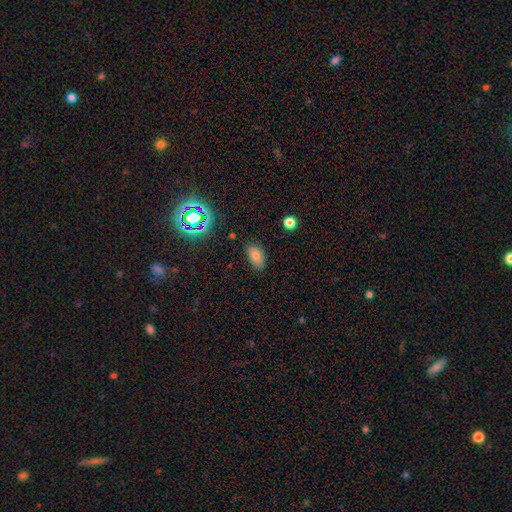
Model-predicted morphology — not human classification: Smooth or featured? smooth (77%)
How rounded? in between (91%)
Merging? none (82%)